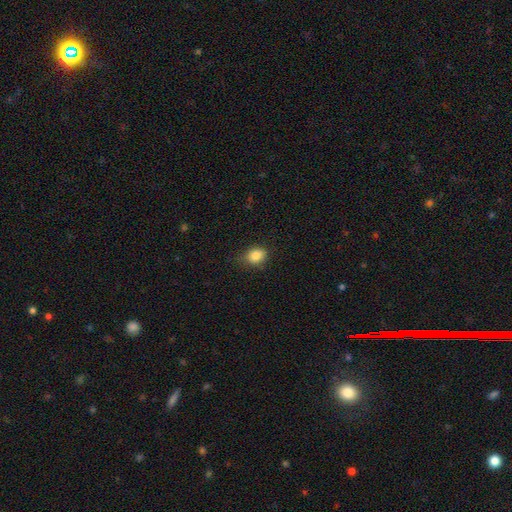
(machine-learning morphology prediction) Overall: smooth (86%). How rounded: in between (52%; round 47%). Merging: none (73%).